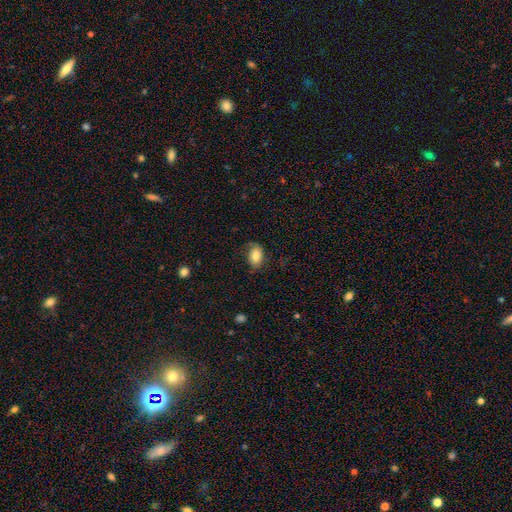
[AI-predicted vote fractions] The model was most divided on "merging": none: 75%, minor disturbance: 19%, major disturbance: 5%, merger: 1%. More confident: how rounded — in between (86%); smooth or featured — smooth (81%).